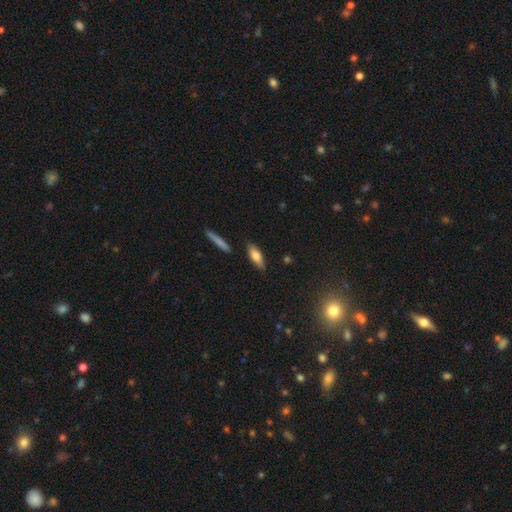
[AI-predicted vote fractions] smooth 73%, featured or disk 20%, star or artifact 7%. Down the decision tree: how rounded — in between (62%); merging — none (80%).